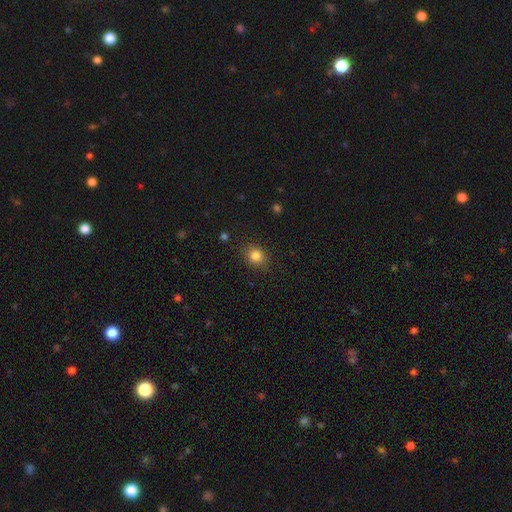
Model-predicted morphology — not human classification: Q: Smooth or featured?
A: smooth (83%); runner-up: star or artifact (11%)
Q: How rounded?
A: round (70%); runner-up: in between (29%)
Q: Merging?
A: none (85%); runner-up: minor disturbance (11%)